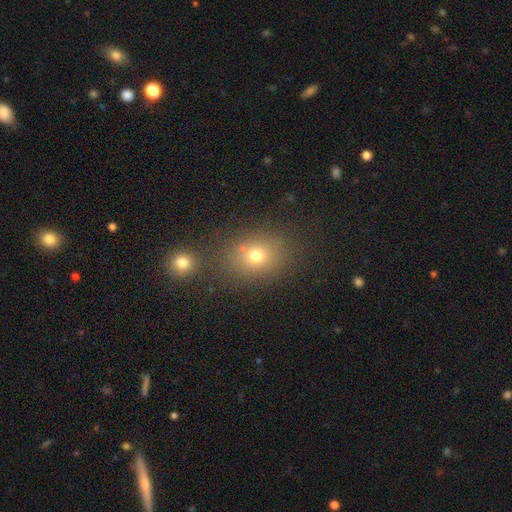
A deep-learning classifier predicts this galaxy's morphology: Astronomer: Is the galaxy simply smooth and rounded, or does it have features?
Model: smooth — 71%.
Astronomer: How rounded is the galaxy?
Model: round — 57% (runner-up: in between, 42%).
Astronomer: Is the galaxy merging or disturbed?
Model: none — 68%.